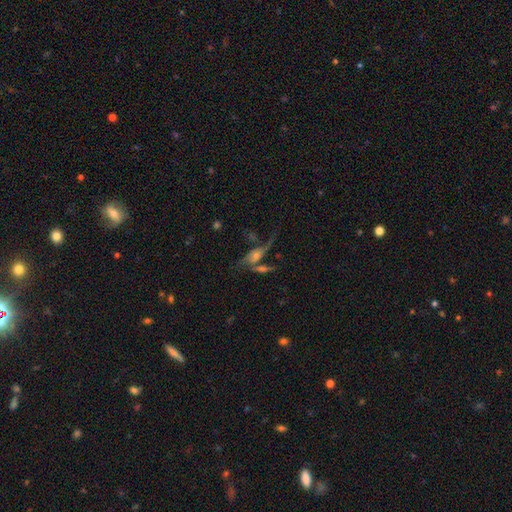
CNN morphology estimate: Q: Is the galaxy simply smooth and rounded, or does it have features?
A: featured or disk — 65%.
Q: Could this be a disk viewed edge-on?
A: no — 84%.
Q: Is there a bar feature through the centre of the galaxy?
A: no — 67%.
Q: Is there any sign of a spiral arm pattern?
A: yes — 78%.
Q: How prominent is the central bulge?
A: small — 45%.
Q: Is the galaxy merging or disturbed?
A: merger — 35%.